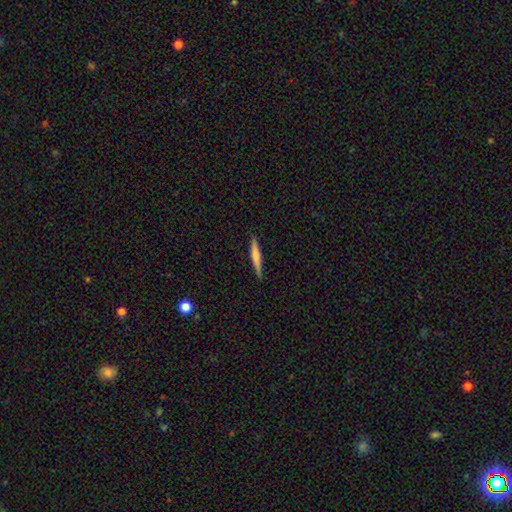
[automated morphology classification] Smooth or featured: smooth — 60% (featured or disk — 34%)
How rounded: cigar-shaped — 94% (in between — 4%)
Merging: none — 89% (minor disturbance — 8%)